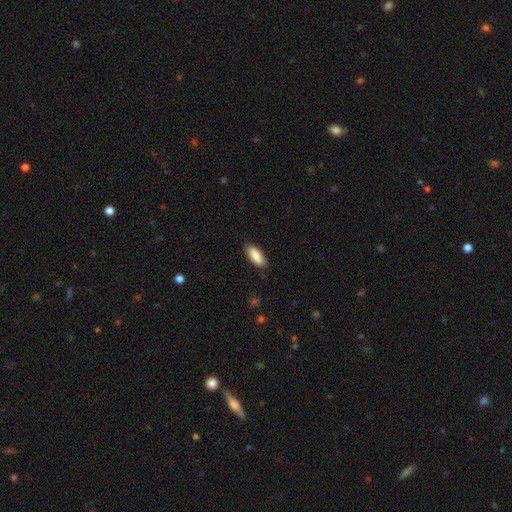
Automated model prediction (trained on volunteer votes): A smooth galaxy with no disk features (87%) that is in between round and cigar-shaped (82%).

Vote fractions:
- Smooth or featured? smooth: 87% / featured or disk: 7% / star or artifact: 6%
- How rounded? in between: 82% / cigar-shaped: 16% / round: 2%
- Merging? none: 84% / minor disturbance: 13% / major disturbance: 2% / merger: 1%